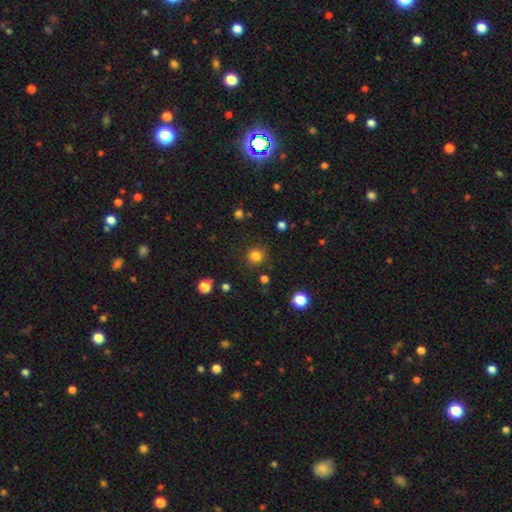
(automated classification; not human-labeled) Smooth or featured?
  - smooth: 82% *
  - star or artifact: 14%
  - featured or disk: 4%
How rounded?
  - round: 94% *
  - in between: 5%
  - cigar-shaped: 1%
Merging?
  - none: 87% *
  - minor disturbance: 8%
  - major disturbance: 3%
  - merger: 2%